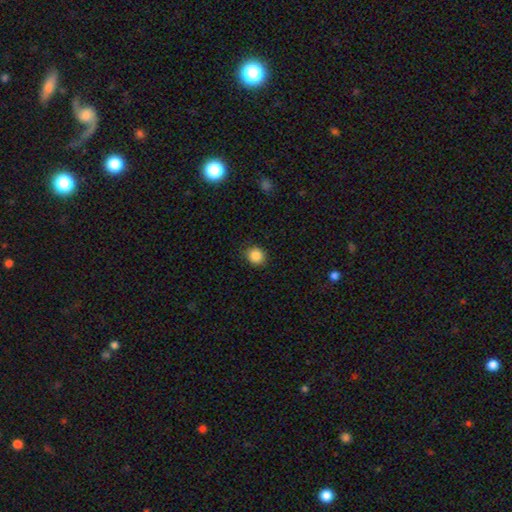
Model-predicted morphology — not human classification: Smooth or featured: smooth — 86% (star or artifact — 10%)
How rounded: round — 83% (in between — 16%)
Merging: none — 88% (minor disturbance — 9%)